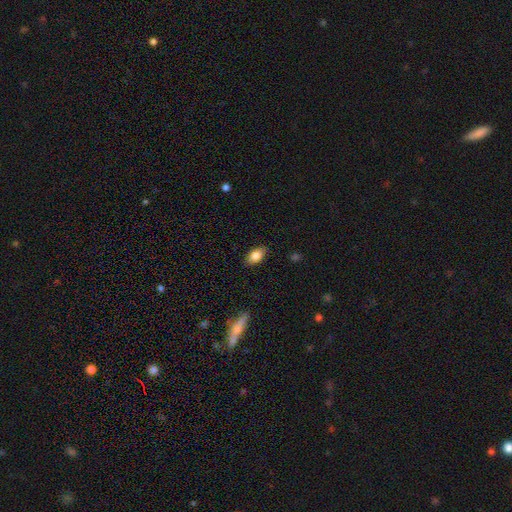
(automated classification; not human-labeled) Smooth or featured?
  - smooth: 83% *
  - featured or disk: 9%
  - star or artifact: 8%
How rounded?
  - in between: 88% *
  - round: 8%
  - cigar-shaped: 4%
Merging?
  - none: 85% *
  - minor disturbance: 12%
  - major disturbance: 2%
  - merger: 1%